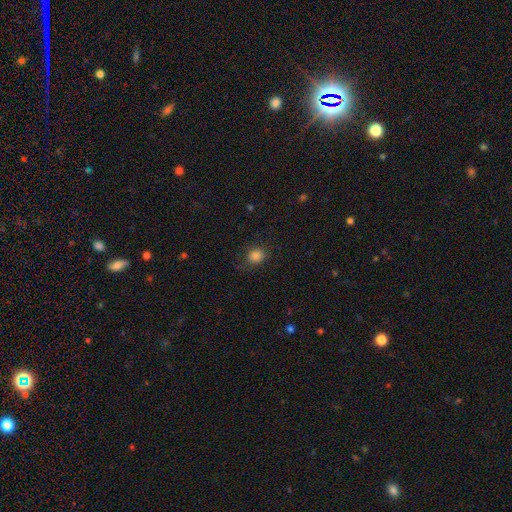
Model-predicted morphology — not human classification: A smooth galaxy with no disk features (83%) that is round (65%). Merging: none (75%).